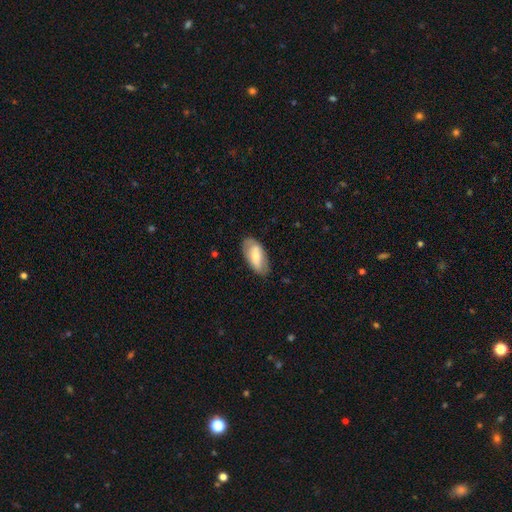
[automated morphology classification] type=smooth (64%); roundness=in between (91%); merging=none (79%).